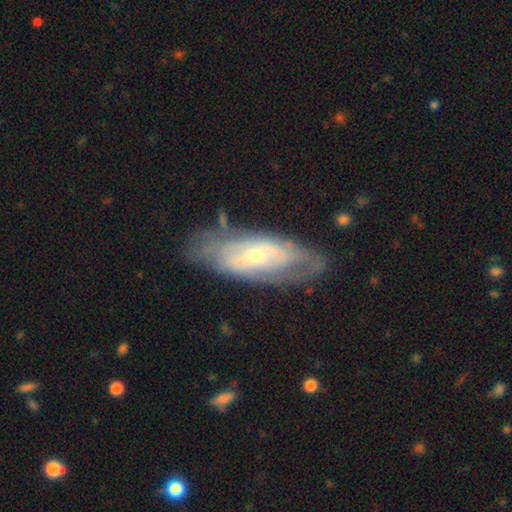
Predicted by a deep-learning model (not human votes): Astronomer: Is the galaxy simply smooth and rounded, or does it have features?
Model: featured or disk — 71%.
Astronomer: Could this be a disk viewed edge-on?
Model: no — 84%.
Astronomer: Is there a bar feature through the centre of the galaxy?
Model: no — 51% (runner-up: weak, 32%).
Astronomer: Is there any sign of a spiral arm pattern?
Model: yes — 69%.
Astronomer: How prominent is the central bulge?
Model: small — 66%.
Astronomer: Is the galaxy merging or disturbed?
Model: none — 70%.